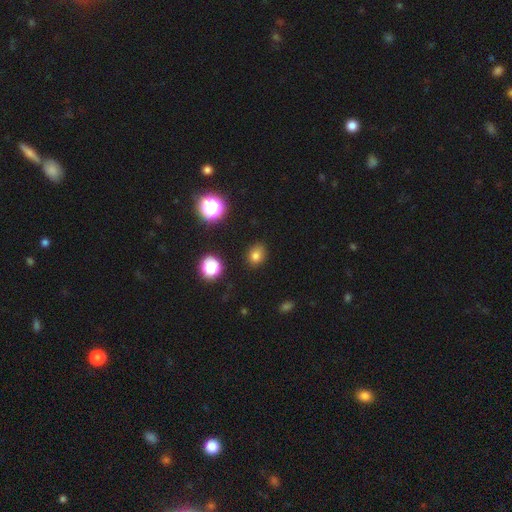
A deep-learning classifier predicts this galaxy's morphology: smooth-or-featured: smooth: 77% | star or artifact: 17% | featured or disk: 6%
  how-rounded: round: 55% | in between: 44% | cigar-shaped: 1%
  merging: none: 85% | minor disturbance: 11% | major disturbance: 3% | merger: 2%